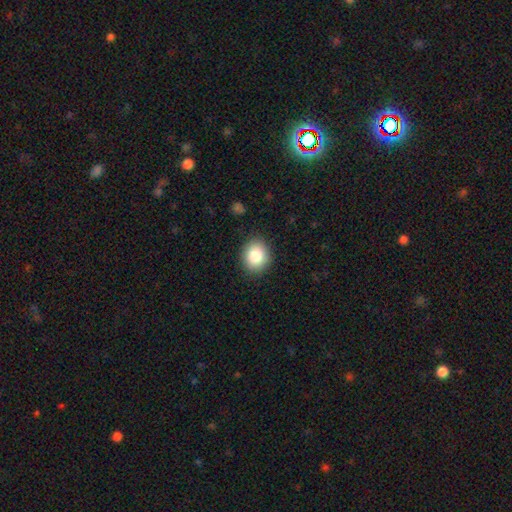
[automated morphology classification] smooth_or_featured: smooth (p=0.84) [alt: star or artifact p=0.09]
how_rounded: round (p=0.66) [alt: in between p=0.33]
merging: none (p=0.87) [alt: minor disturbance p=0.09]